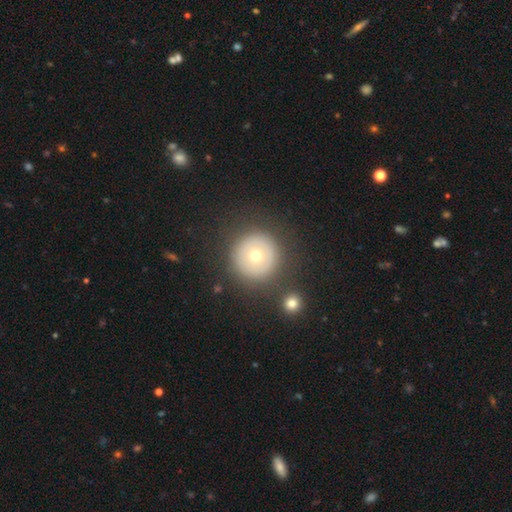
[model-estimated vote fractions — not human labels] smooth 65%, featured or disk 24%, star or artifact 11%. Down the decision tree: how rounded — round (96%); merging — none (85%).